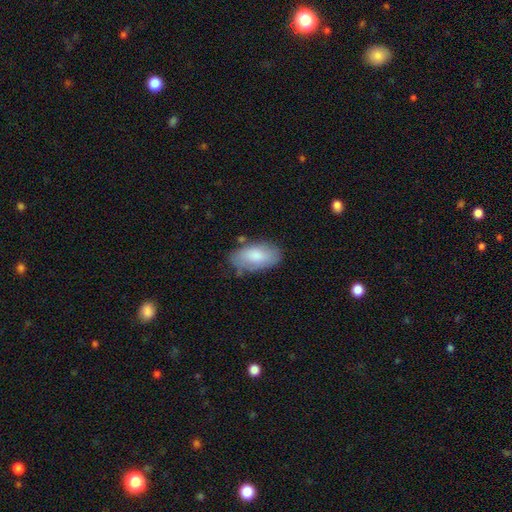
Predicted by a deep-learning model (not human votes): smooth 79%, featured or disk 15%, star or artifact 6%. Down the decision tree: how rounded — in between (94%); merging — none (69%).